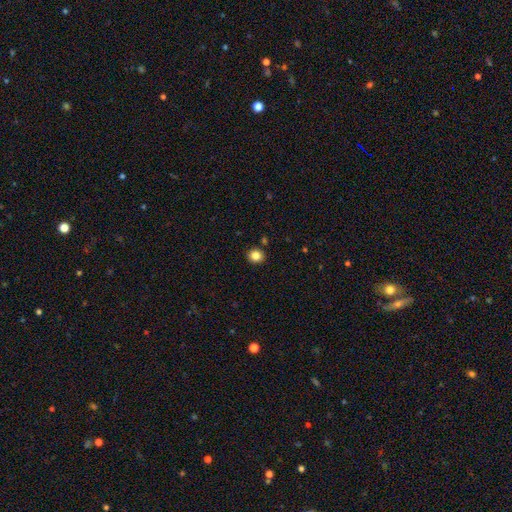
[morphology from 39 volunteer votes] A smooth galaxy with no disk features (90%) that is round (80%).

Vote fractions:
- Smooth or featured? smooth: 90% / star or artifact: 8% / featured or disk: 3%
- How rounded? round: 80% / in between: 20% / cigar-shaped: 0%
- Merging? none: 89% / minor disturbance: 8% / merger: 3% / major disturbance: 0%